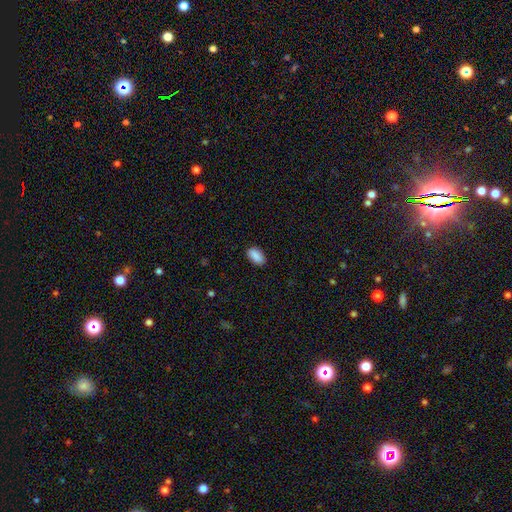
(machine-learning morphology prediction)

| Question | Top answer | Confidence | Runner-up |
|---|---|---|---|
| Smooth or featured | smooth | 89% | star or artifact (7%) |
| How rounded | in between | 93% | round (4%) |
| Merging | none | 87% | minor disturbance (10%) |